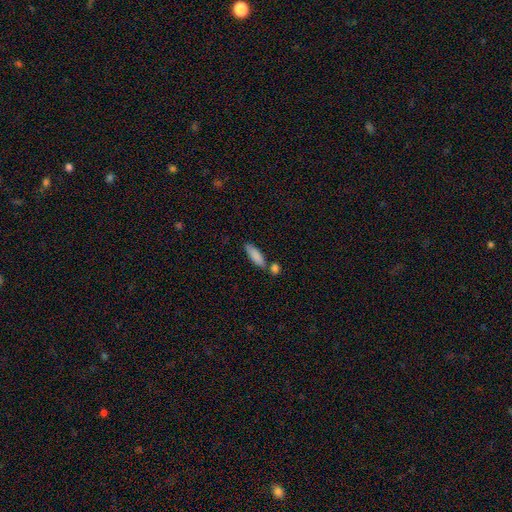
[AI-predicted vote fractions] A smooth galaxy with no disk features (85%) that is in between round and cigar-shaped (55%). Merging: none (62%).